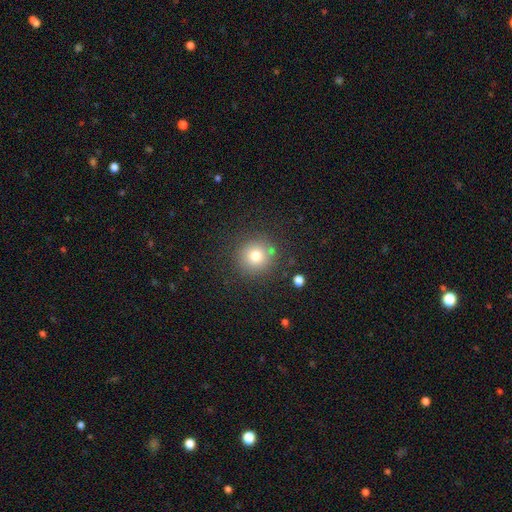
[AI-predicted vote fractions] This is likely a smooth galaxy (77%). How rounded: clearly round (92%). Merging: clearly none (84%).